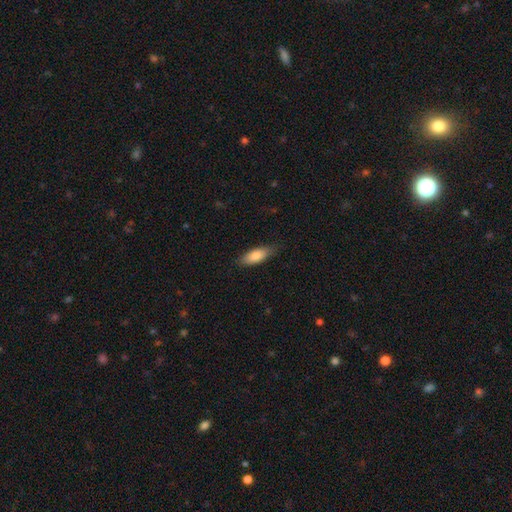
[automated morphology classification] A smooth galaxy with no disk features (81%) that is in between round and cigar-shaped (71%). Merging: none (79%).